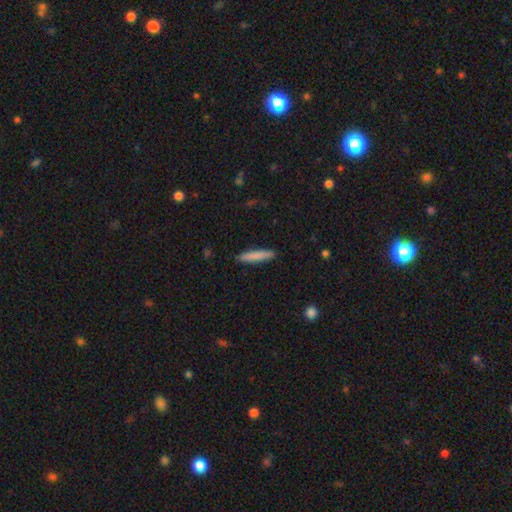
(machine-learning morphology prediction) Smooth or featured? Predicted: smooth (p=0.82). How rounded? Predicted: cigar-shaped (p=0.90). Merging? Predicted: none (p=0.90).